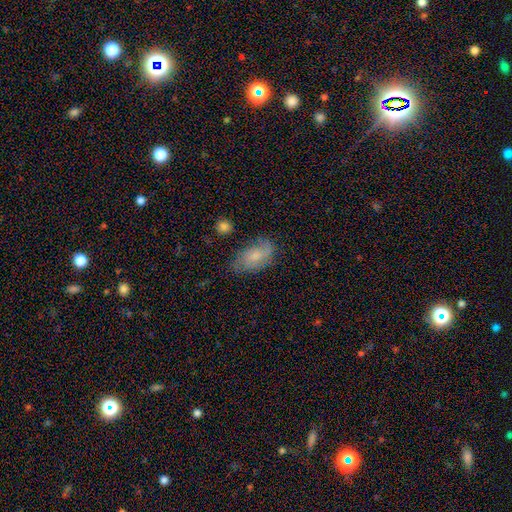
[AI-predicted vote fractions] Q: Smooth or featured?
A: smooth (54%); runner-up: featured or disk (37%)
Q: How rounded?
A: in between (90%); runner-up: round (6%)
Q: Merging?
A: none (63%); runner-up: minor disturbance (26%)